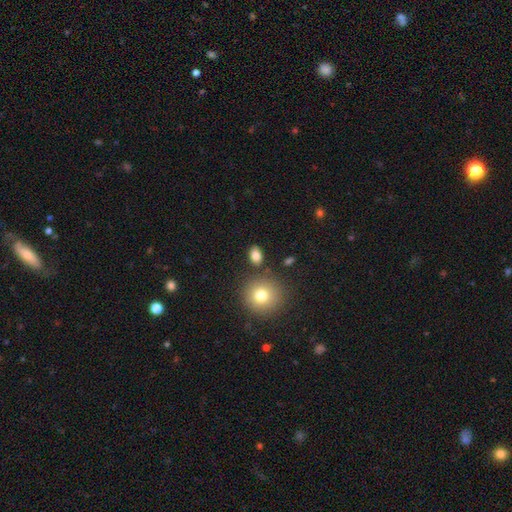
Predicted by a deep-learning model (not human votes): Smooth or featured? Predicted: smooth (p=0.83). How rounded? Predicted: in between (p=0.73). Merging? Predicted: none (p=0.81).